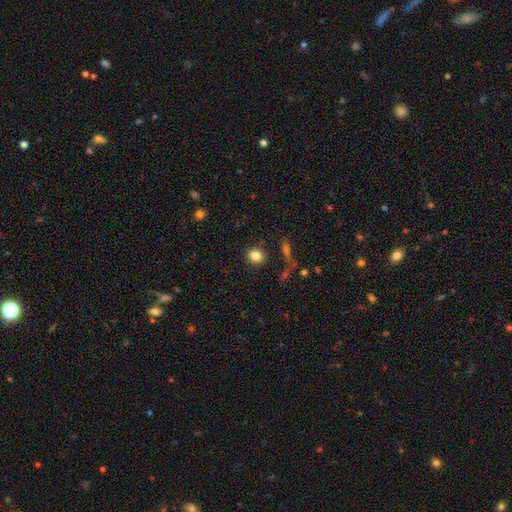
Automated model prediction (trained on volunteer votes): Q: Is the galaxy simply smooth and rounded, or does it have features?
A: smooth — 84%.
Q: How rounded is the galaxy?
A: round — 82%.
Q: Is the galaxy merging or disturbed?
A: none — 87%.